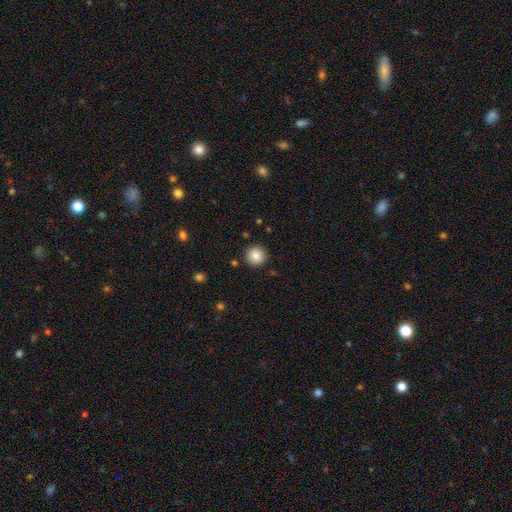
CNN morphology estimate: This appears to be a smooth galaxy with no disk features (85%) that is round (95%). Merging: none (91%).